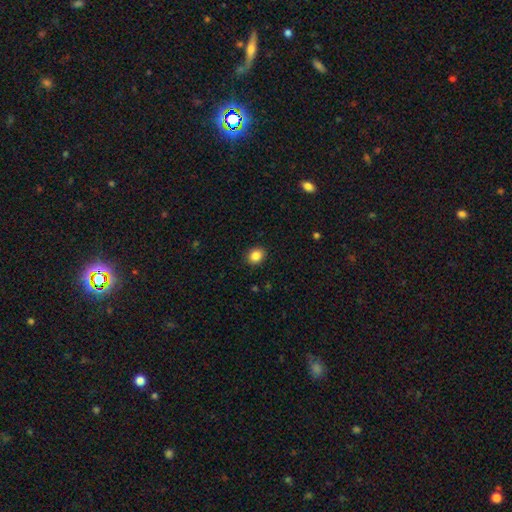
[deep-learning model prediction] This appears to be a smooth galaxy with no disk features (86%) that is round (65%). Merging: none (91%).